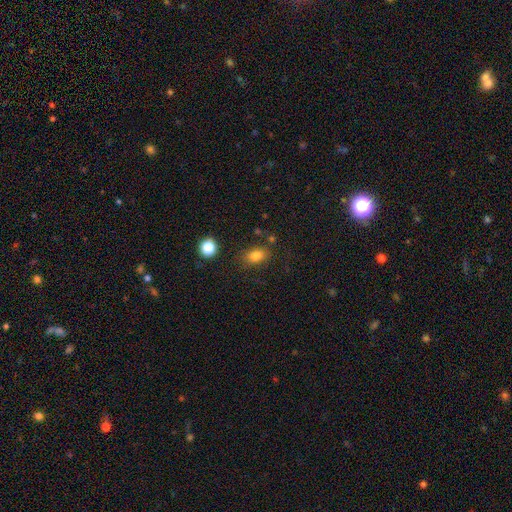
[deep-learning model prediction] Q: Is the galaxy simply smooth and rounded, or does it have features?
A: smooth — 82%.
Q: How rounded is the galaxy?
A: in between — 77%.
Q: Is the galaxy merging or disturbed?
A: none — 75%.